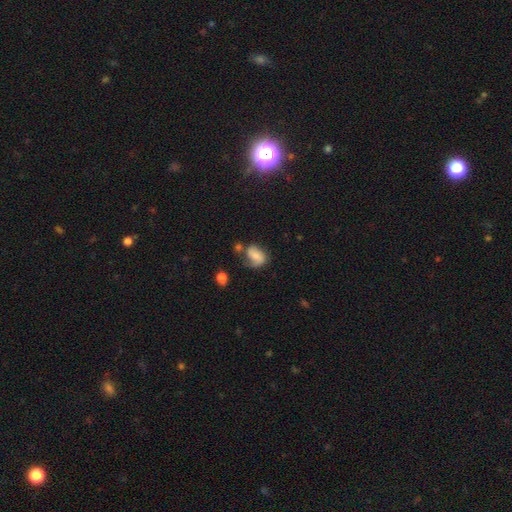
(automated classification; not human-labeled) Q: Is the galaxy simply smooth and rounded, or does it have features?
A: smooth — 49%.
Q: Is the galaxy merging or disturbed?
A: none — 40%.